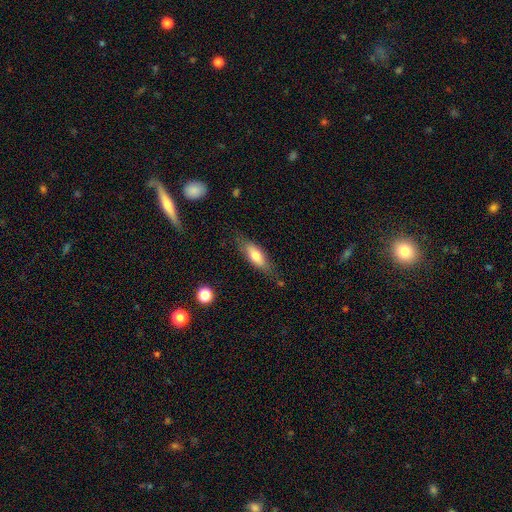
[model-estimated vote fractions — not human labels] Smooth or featured? Predicted: smooth (p=0.67). How rounded? Predicted: in between (p=0.57). Merging? Predicted: none (p=0.74).